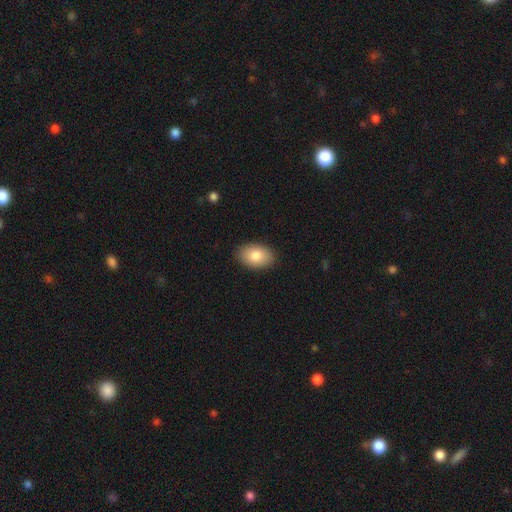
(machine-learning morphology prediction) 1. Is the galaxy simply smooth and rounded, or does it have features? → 83% smooth, 11% featured or disk, 7% star or artifact.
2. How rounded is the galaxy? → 90% in between, 9% round, 1% cigar-shaped.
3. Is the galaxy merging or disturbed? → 89% none, 8% minor disturbance, 2% major disturbance, 1% merger.